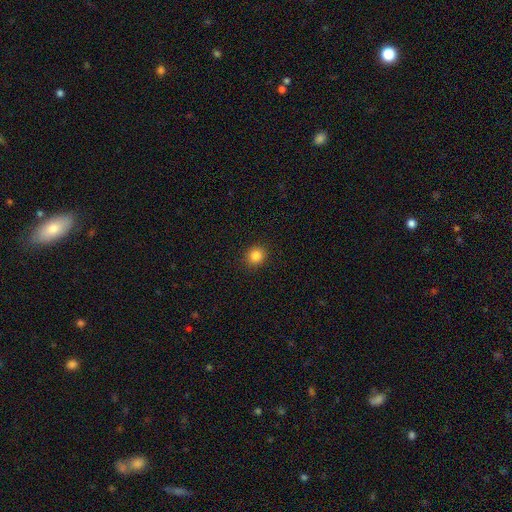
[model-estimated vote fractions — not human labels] smooth 85%, star or artifact 11%, featured or disk 4%. Down the decision tree: how rounded — round (85%); merging — none (91%).